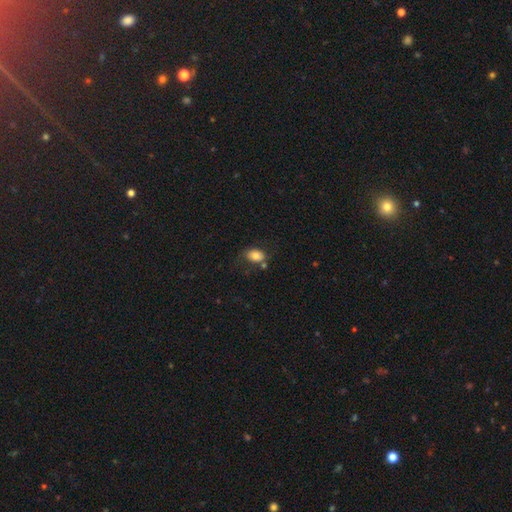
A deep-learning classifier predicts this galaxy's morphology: This is clearly a smooth galaxy (81%). How rounded: clearly in between (83%). Merging: likely none (60%).